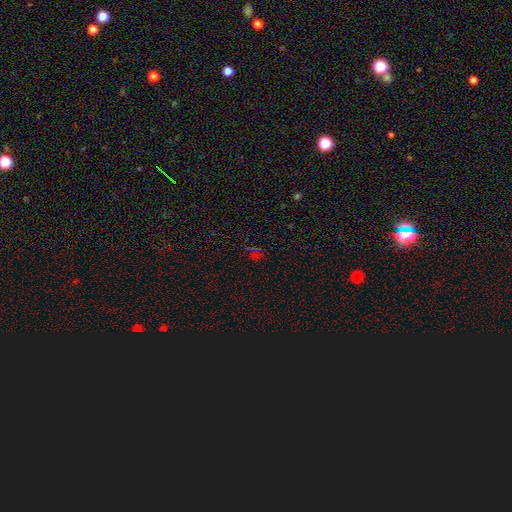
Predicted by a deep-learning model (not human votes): Q: Smooth or featured?
A: star or artifact (59%); runner-up: smooth (33%)